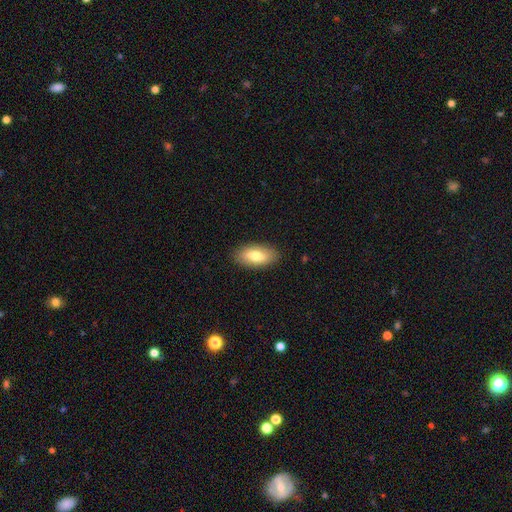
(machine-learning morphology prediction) Smooth or featured: smooth — 74% (featured or disk — 20%)
How rounded: in between — 89% (cigar-shaped — 8%)
Merging: none — 88% (minor disturbance — 9%)